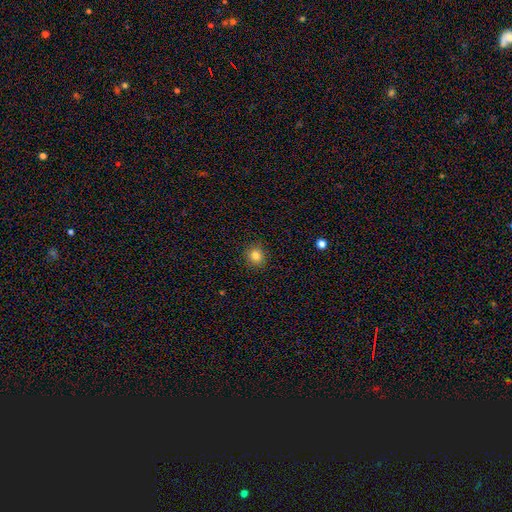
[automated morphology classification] smooth_or_featured: smooth (p=0.81) [alt: star or artifact p=0.13]
how_rounded: round (p=0.90) [alt: in between p=0.09]
merging: none (p=0.91) [alt: minor disturbance p=0.06]